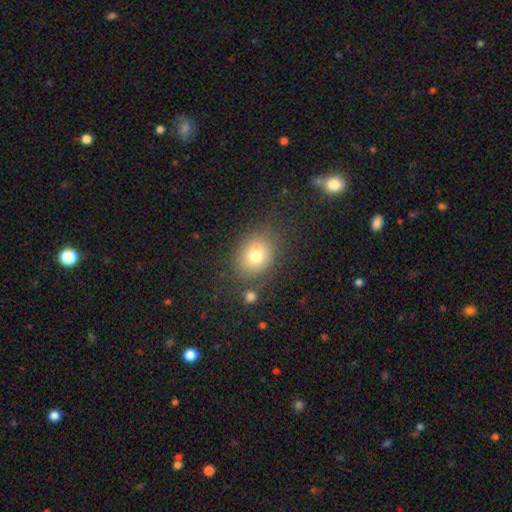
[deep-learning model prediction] A smooth galaxy with no disk features (72%) that is round (53%). Merging: none (62%).